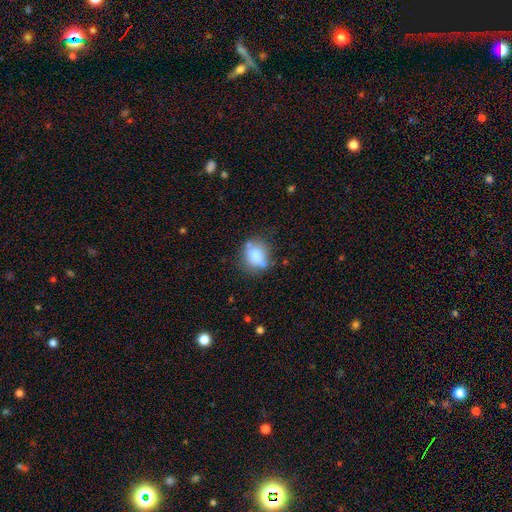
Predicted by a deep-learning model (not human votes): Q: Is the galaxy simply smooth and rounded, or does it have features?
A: smooth — 74%.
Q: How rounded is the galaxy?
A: round — 54%.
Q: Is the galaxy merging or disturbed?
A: none — 57%.